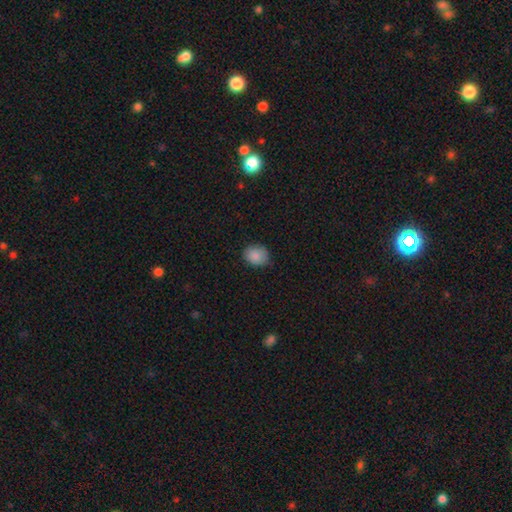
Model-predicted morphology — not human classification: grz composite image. It shows a smooth galaxy with no disk features (88%) that is round (56%). Merging: none (81%).